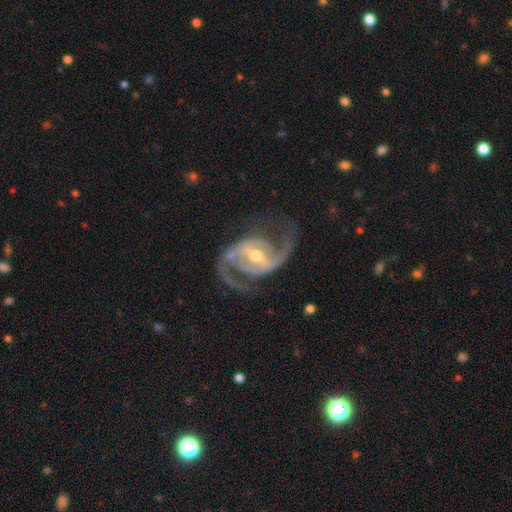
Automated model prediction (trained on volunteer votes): smooth-or-featured: featured or disk: 93% | star or artifact: 4% | smooth: 3%
  disk-edge-on: no: 97% | yes: 3%
    bar: strong: 52% | weak: 37% | no: 11%
    has-spiral-arms: yes: 97% | no: 3%
      spiral-winding: medium: 57% | loose: 30% | tight: 13%
      spiral-arm-count: 2: 93% | can't tell: 2% | 3: 2% | 1: 2% | 4: 1% | more than 4: 1%
    bulge-size: moderate: 63% | small: 30% | large: 4% | none: 1% | dominant: 1%
  merging: none: 74% | minor disturbance: 14% | major disturbance: 10% | merger: 2%